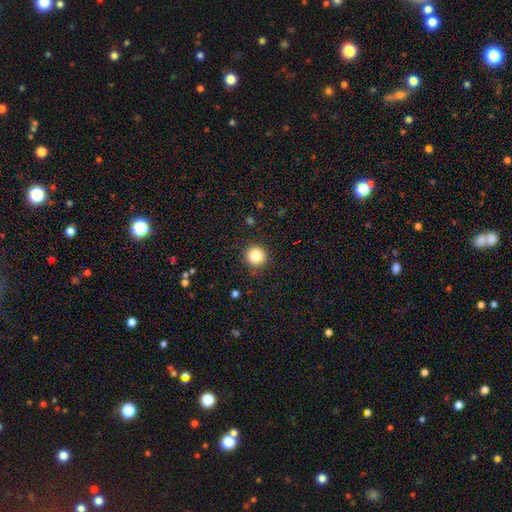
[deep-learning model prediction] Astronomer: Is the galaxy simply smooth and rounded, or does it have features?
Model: smooth — 84%.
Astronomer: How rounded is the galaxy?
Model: round — 95%.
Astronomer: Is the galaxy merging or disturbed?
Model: none — 91%.